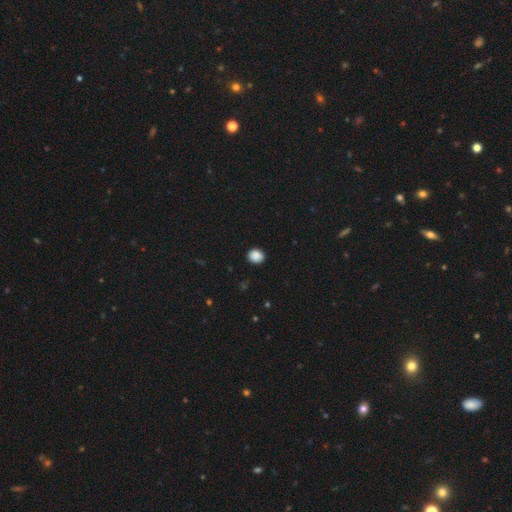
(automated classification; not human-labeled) smooth-or-featured: smooth: 88% | star or artifact: 9% | featured or disk: 3%
  how-rounded: round: 68% | in between: 31% | cigar-shaped: 1%
  merging: none: 89% | minor disturbance: 8% | major disturbance: 2% | merger: 1%